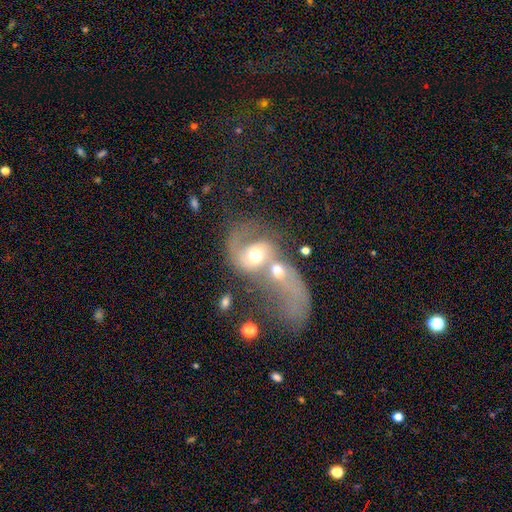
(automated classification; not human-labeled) Smooth or featured? Predicted: featured or disk (p=0.60). Edge-on disk? Predicted: no (p=0.96). Bar? Predicted: no (p=0.72). Spiral arms? Predicted: yes (p=0.73). Bulge size? Predicted: moderate (p=0.65). Merging? Predicted: merger (p=0.75).